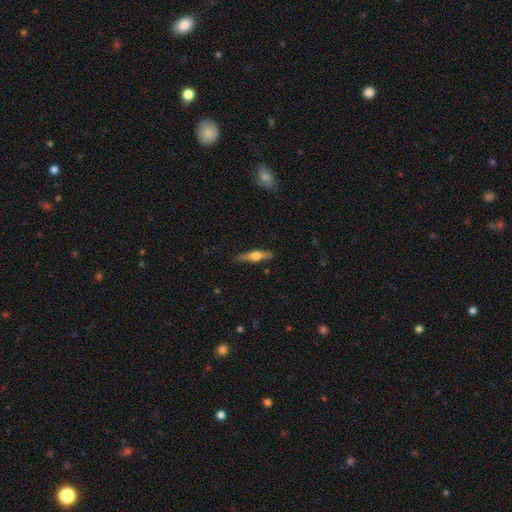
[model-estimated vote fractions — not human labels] smooth-or-featured: featured or disk: 62% | smooth: 32% | star or artifact: 6%
  disk-edge-on: yes: 97% | no: 3%
    edge-on-bulge: rounded: 92% | boxy: 6% | none: 2%
  merging: none: 88% | minor disturbance: 8% | major disturbance: 2% | merger: 1%